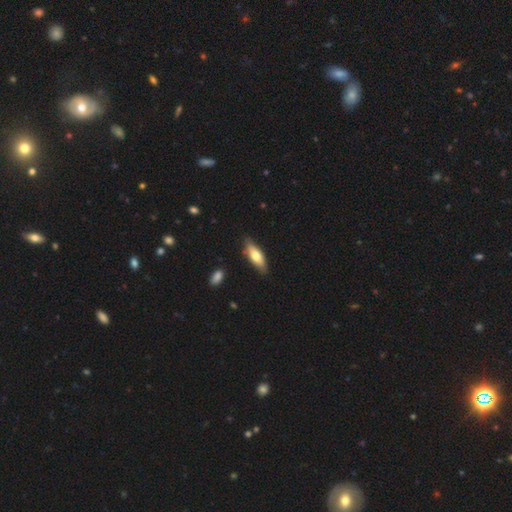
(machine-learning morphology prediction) smooth_or_featured: smooth (p=0.64) [alt: featured or disk p=0.30]
how_rounded: in between (p=0.61) [alt: cigar-shaped p=0.37]
merging: none (p=0.82) [alt: minor disturbance p=0.14]